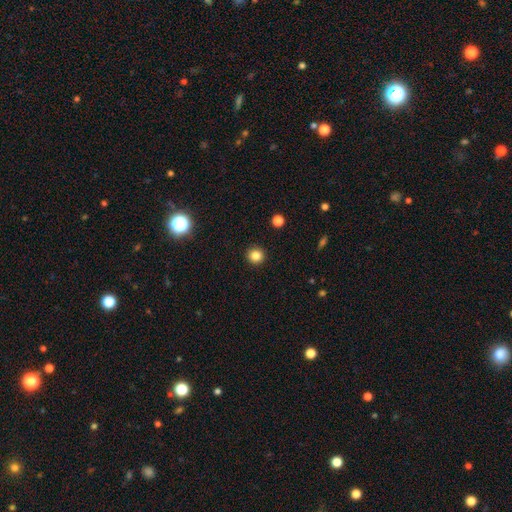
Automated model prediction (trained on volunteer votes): Morphology: type=smooth (83%); roundness=round (93%); merging=none (93%).